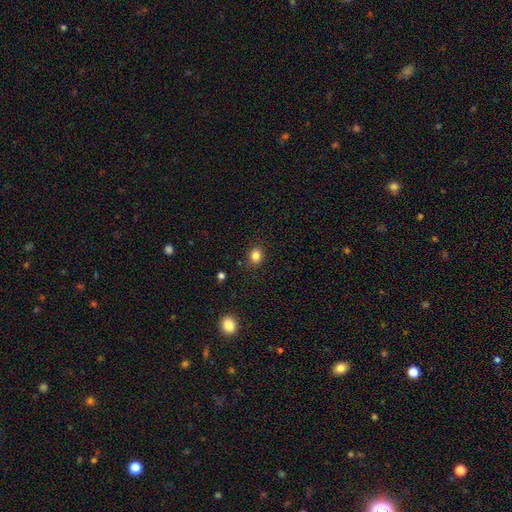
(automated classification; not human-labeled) Smooth or featured?
  - smooth: 83% *
  - star or artifact: 12%
  - featured or disk: 5%
How rounded?
  - round: 67% *
  - in between: 32%
  - cigar-shaped: 1%
Merging?
  - none: 87% *
  - minor disturbance: 9%
  - major disturbance: 3%
  - merger: 1%